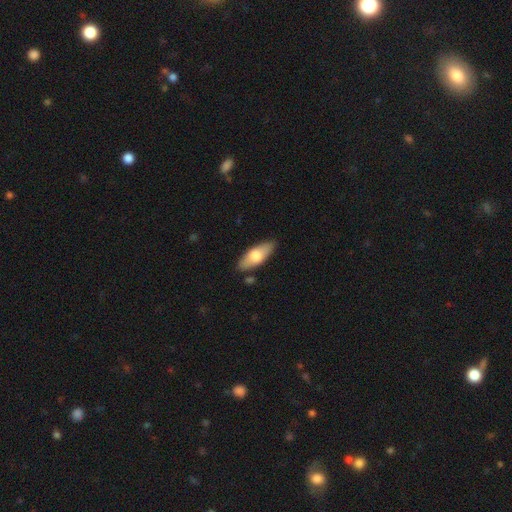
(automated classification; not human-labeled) A smooth galaxy with no disk features (68%) that is in between round and cigar-shaped (74%). Merging: none (83%).